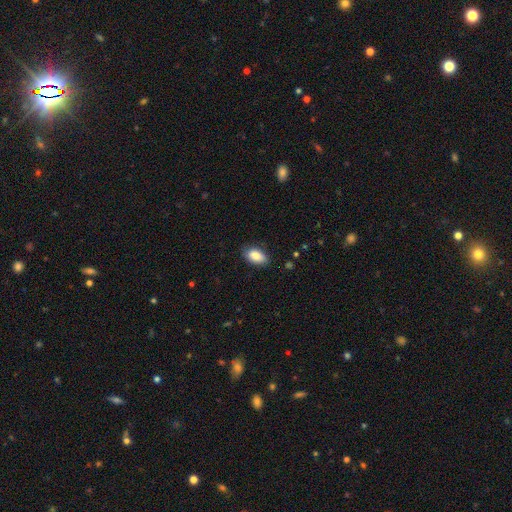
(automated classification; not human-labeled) The model was most divided on "merging": none: 83%, minor disturbance: 13%, major disturbance: 3%, merger: 1%. More confident: how rounded — in between (93%); smooth or featured — smooth (87%).